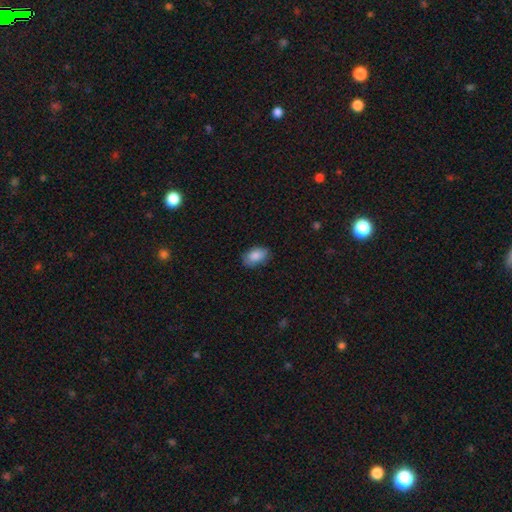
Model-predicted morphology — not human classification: Smooth or featured? Predicted: smooth (p=0.87). How rounded? Predicted: in between (p=0.92). Merging? Predicted: none (p=0.78).